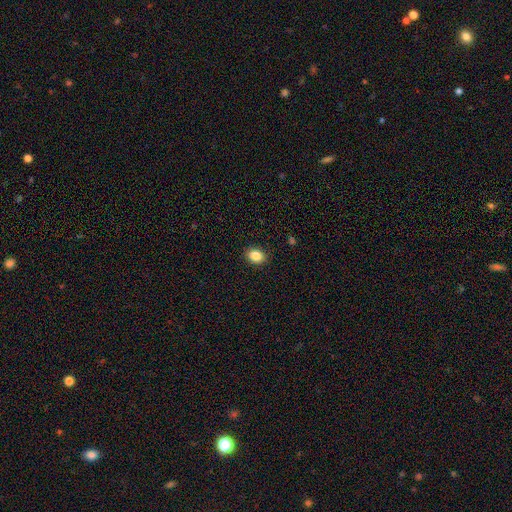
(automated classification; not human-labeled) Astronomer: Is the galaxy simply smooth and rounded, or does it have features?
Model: smooth — 86%.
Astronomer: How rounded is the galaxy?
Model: in between — 57% (runner-up: round, 42%).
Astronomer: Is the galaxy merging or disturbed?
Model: none — 90%.